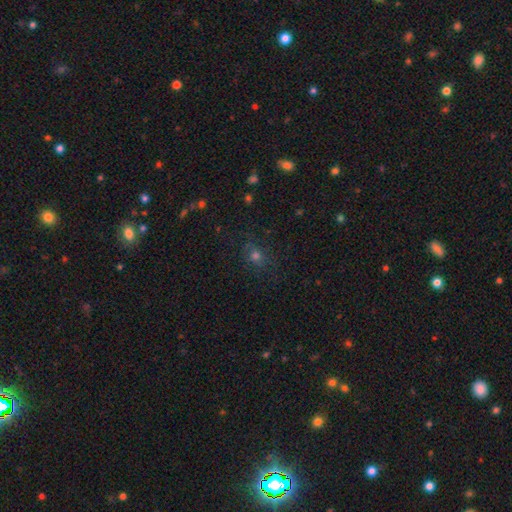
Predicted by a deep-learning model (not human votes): A smooth galaxy with no disk features (49%). Merging: none (81%).